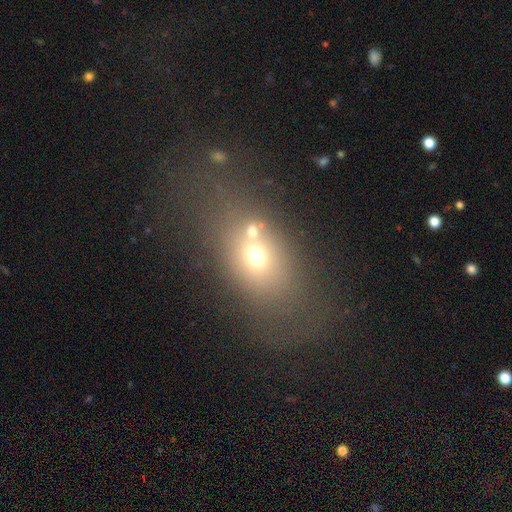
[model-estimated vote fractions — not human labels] Smooth or featured? smooth (57%)
How rounded? in between (67%)
Merging? none (47%)